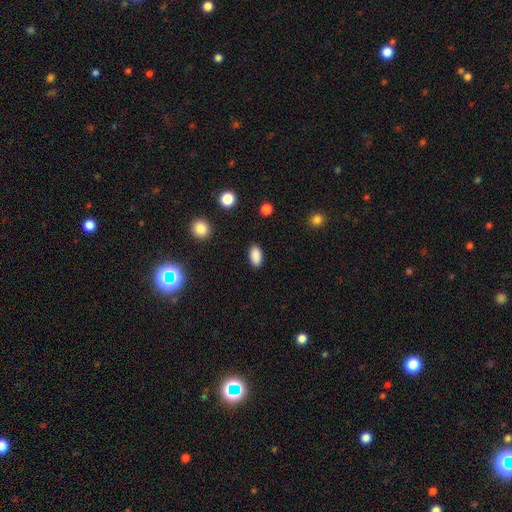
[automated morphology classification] A smooth galaxy with no disk features (88%) that is in between round and cigar-shaped (93%). Merging: none (88%).